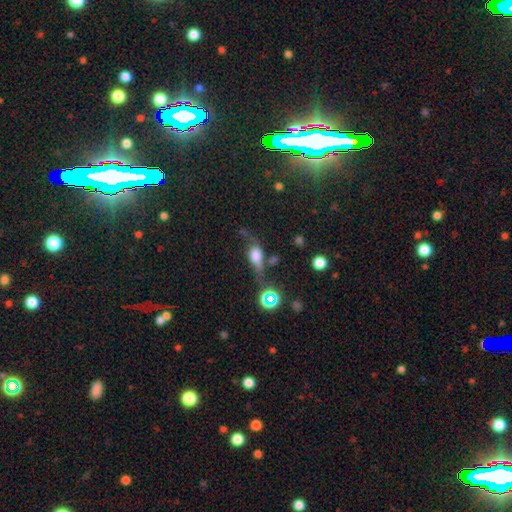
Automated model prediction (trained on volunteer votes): This is possibly a smooth galaxy (54%). How rounded: likely in between (65%). Merging: marginally none (40%).